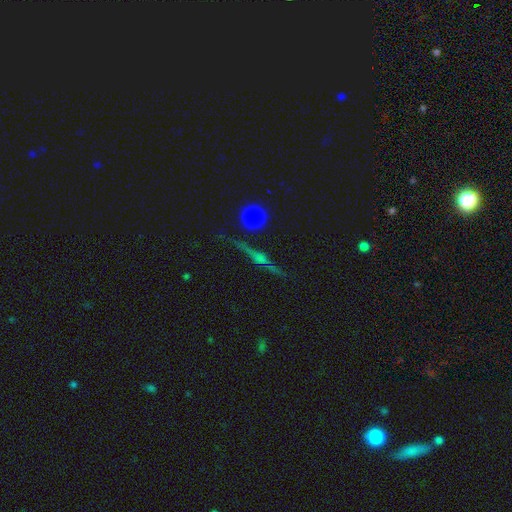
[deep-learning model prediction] Smooth or featured?
  - featured or disk: 64% *
  - star or artifact: 21%
  - smooth: 15%
Edge-on disk?
  - yes: 93% *
  - no: 7%
Edge-on bulge?
  - rounded: 76% *
  - none: 13%
  - boxy: 11%
Merging?
  - none: 85% *
  - minor disturbance: 8%
  - merger: 3%
  - major disturbance: 3%